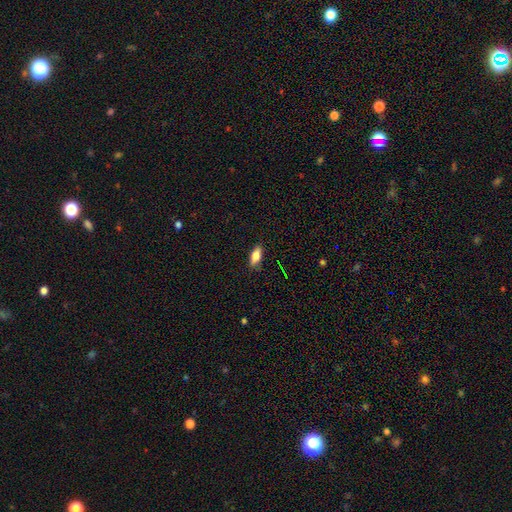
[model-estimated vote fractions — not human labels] A smooth galaxy with no disk features (73%) that is in between round and cigar-shaped (77%).

Vote fractions:
- Smooth or featured? smooth: 73% / featured or disk: 19% / star or artifact: 8%
- How rounded? in between: 77% / cigar-shaped: 20% / round: 3%
- Merging? none: 86% / minor disturbance: 11% / major disturbance: 2% / merger: 1%